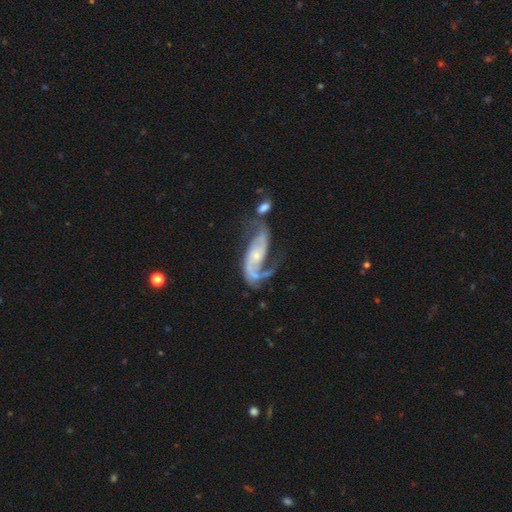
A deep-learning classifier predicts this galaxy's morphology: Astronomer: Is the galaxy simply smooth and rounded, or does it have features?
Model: featured or disk — 85%.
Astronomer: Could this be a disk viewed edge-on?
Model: no — 95%.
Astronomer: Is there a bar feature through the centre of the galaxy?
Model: no — 58%.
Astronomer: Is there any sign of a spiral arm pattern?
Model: yes — 94%.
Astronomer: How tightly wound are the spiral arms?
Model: loose — 51% (runner-up: medium, 36%).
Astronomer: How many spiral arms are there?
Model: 2 — 71%.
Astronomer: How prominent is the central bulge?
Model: small — 63%.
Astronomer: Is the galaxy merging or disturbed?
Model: none — 34% (runner-up: major disturbance, 28%).